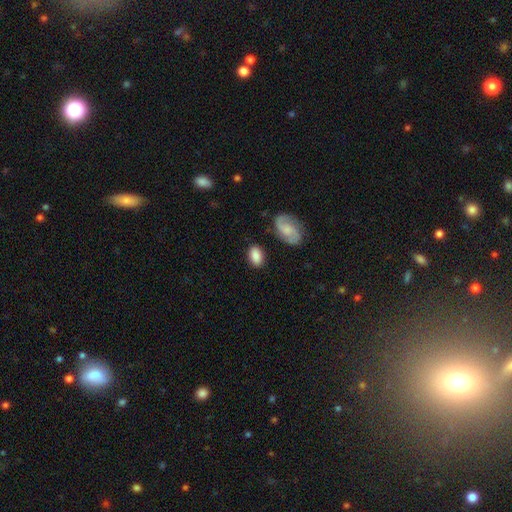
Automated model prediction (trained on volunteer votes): A smooth galaxy with no disk features (81%) that is in between round and cigar-shaped (87%). Merging: none (79%).